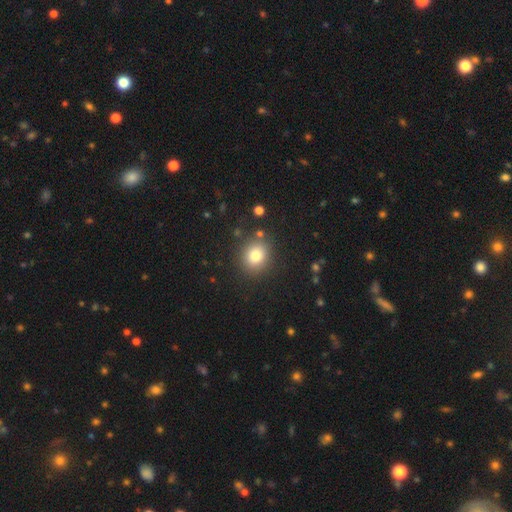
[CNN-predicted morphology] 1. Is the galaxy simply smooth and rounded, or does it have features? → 79% smooth, 12% star or artifact, 9% featured or disk.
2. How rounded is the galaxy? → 77% round, 22% in between, 1% cigar-shaped.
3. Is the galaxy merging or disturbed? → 85% none, 8% minor disturbance, 3% merger, 3% major disturbance.